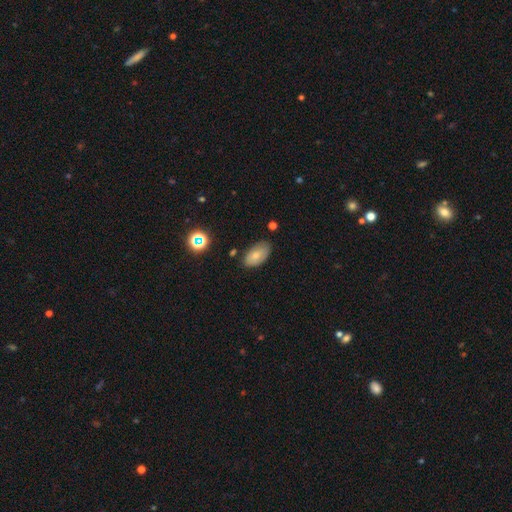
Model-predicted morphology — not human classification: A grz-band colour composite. It shows a smooth galaxy with no disk features (75%) that is in between round and cigar-shaped (93%). Merging: none (76%).